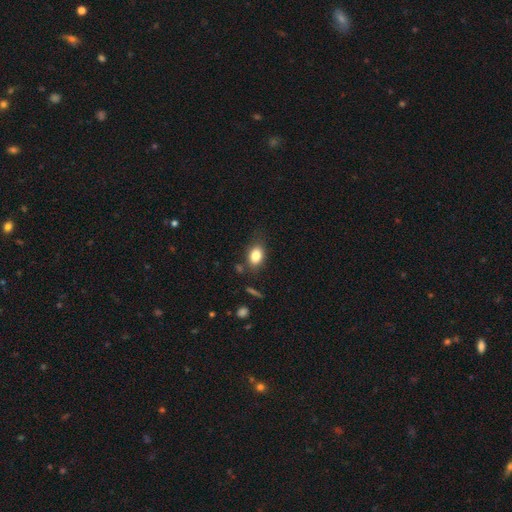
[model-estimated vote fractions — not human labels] smooth 84%, star or artifact 9%, featured or disk 8%. Down the decision tree: how rounded — in between (81%); merging — none (73%).